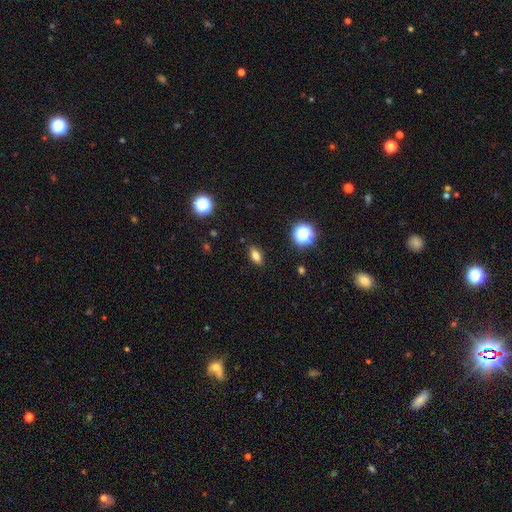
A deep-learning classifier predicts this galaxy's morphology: Smooth or featured?
  - smooth: 77% *
  - star or artifact: 13%
  - featured or disk: 10%
How rounded?
  - in between: 80% *
  - round: 11%
  - cigar-shaped: 9%
Merging?
  - none: 88% *
  - minor disturbance: 8%
  - major disturbance: 2%
  - merger: 1%